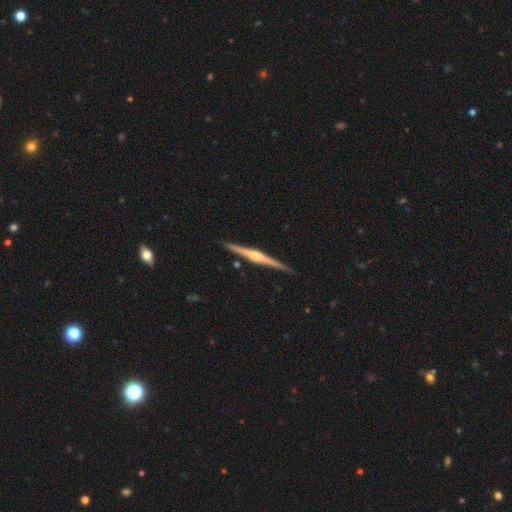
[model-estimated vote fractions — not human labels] Morphology: type=featured or disk (83%); edge-on=yes (99%); edge-on bulge=rounded (86%); merging=none (91%).